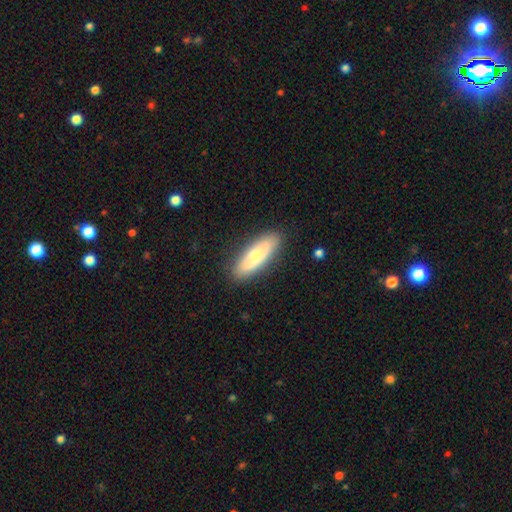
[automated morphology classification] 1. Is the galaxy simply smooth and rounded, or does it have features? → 74% smooth, 21% featured or disk, 6% star or artifact.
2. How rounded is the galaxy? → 59% cigar-shaped, 39% in between, 2% round.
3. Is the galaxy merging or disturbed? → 88% none, 9% minor disturbance, 2% major disturbance, 1% merger.